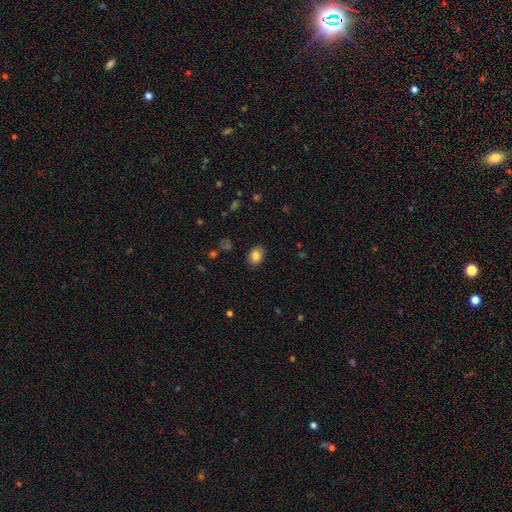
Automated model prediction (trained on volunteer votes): Smooth or featured?
  - smooth: 83% *
  - star or artifact: 10%
  - featured or disk: 7%
How rounded?
  - in between: 61% *
  - round: 38%
  - cigar-shaped: 1%
Merging?
  - none: 84% *
  - minor disturbance: 12%
  - major disturbance: 3%
  - merger: 1%